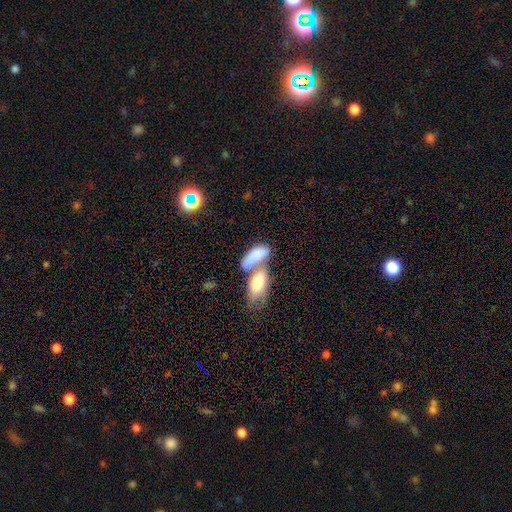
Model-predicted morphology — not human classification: Smooth or featured?
  - smooth: 77% *
  - featured or disk: 16%
  - star or artifact: 6%
How rounded?
  - in between: 85% *
  - cigar-shaped: 12%
  - round: 3%
Merging?
  - merger: 64% *
  - none: 21%
  - minor disturbance: 9%
  - major disturbance: 6%